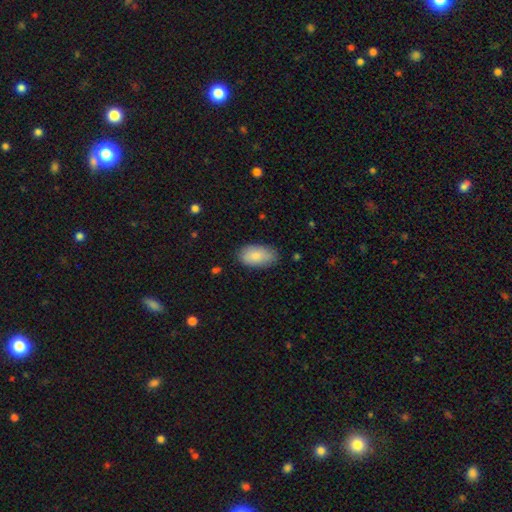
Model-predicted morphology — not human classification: A smooth galaxy with no disk features (86%) that is in between round and cigar-shaped (95%).

Vote fractions:
- Smooth or featured? smooth: 86% / featured or disk: 8% / star or artifact: 6%
- How rounded? in between: 95% / round: 3% / cigar-shaped: 2%
- Merging? none: 80% / minor disturbance: 16% / major disturbance: 3% / merger: 1%